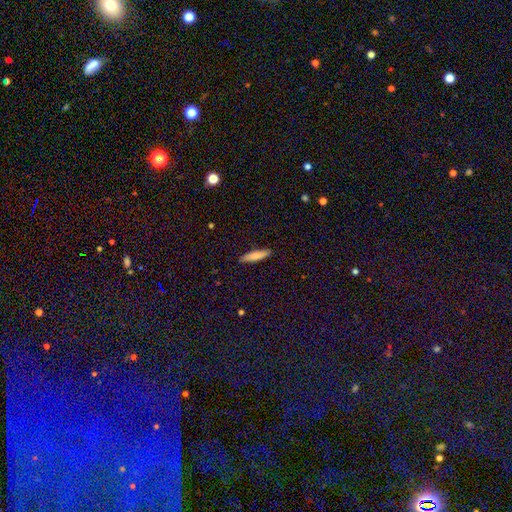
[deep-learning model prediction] Smooth or featured? smooth (78%)
How rounded? cigar-shaped (78%)
Merging? none (89%)